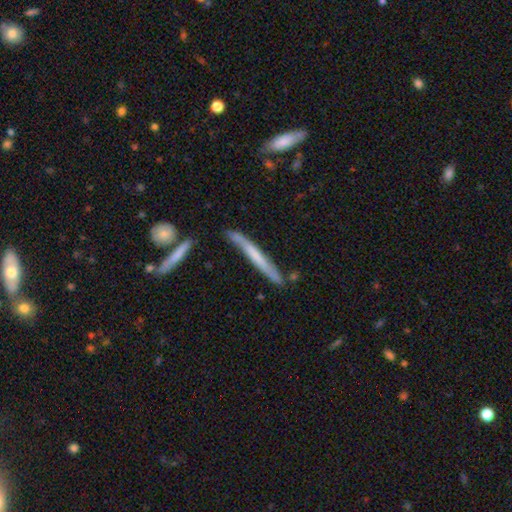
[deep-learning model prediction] This appears to be a featured or disk galaxy (48%). Merging: none (74%).